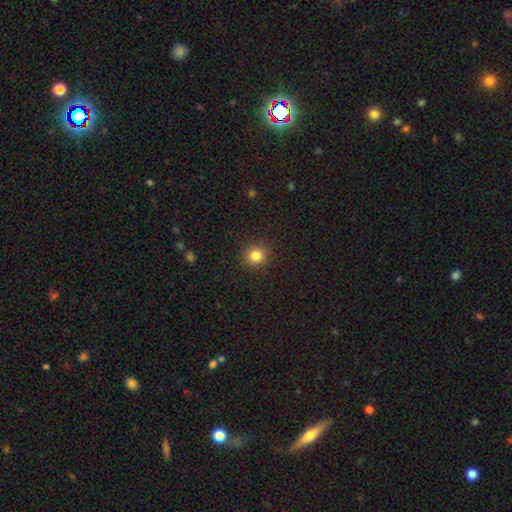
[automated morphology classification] A smooth galaxy with no disk features (84%) that is round (89%).

Vote fractions:
- Smooth or featured? smooth: 84% / star or artifact: 11% / featured or disk: 5%
- How rounded? round: 89% / in between: 10% / cigar-shaped: 1%
- Merging? none: 91% / minor disturbance: 6% / major disturbance: 2% / merger: 1%